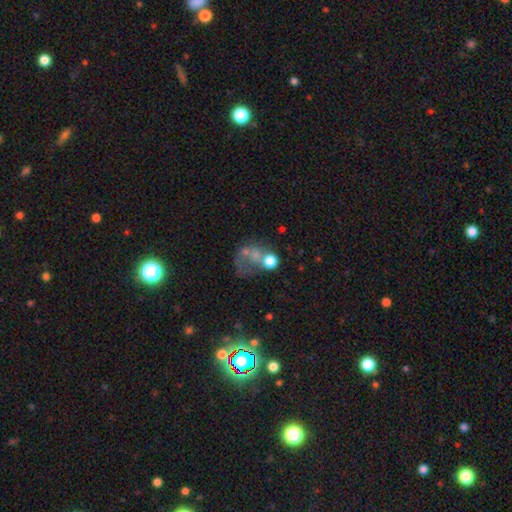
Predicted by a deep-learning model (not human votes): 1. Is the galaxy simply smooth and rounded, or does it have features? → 38% smooth, 35% featured or disk, 27% star or artifact.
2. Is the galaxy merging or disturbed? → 32% major disturbance, 29% merger, 26% none, 12% minor disturbance.